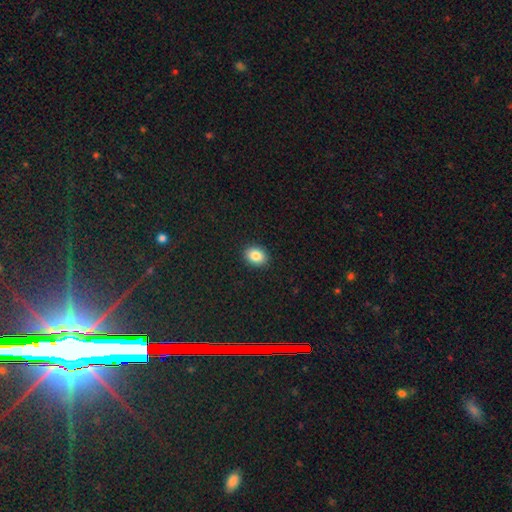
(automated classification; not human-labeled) Overall: smooth (86%). How rounded: in between (63%; round 36%). Merging: none (91%).